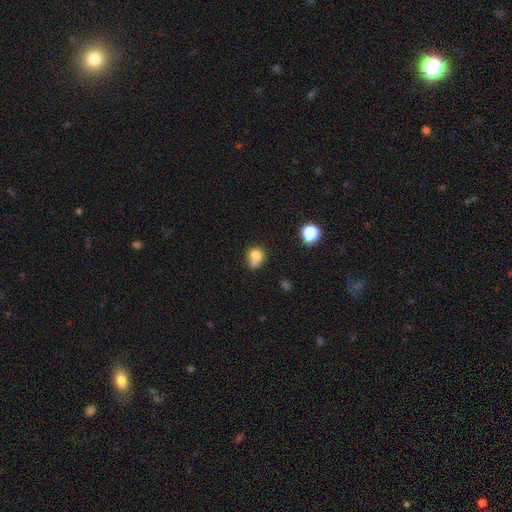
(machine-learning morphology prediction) smooth 76%, featured or disk 12%, star or artifact 12%. Down the decision tree: how rounded — round (72%); merging — none (39%).